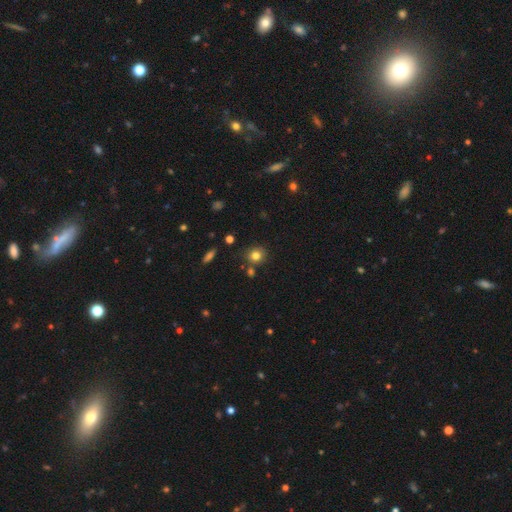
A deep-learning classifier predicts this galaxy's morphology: smooth 80%, star or artifact 12%, featured or disk 8%. Down the decision tree: how rounded — round (83%); merging — none (78%).